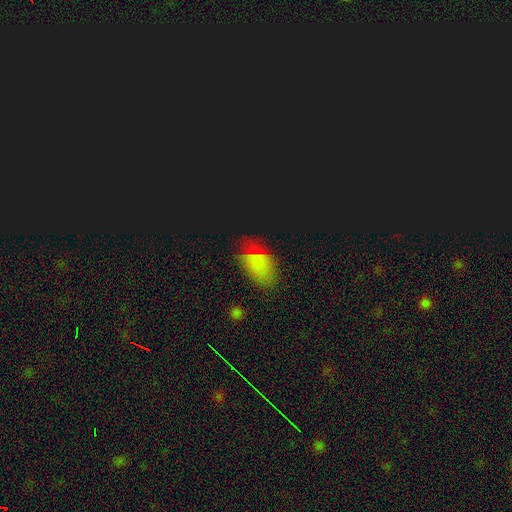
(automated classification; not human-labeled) This is possibly a smooth galaxy (58%). How rounded: clearly in between (86%). Merging: possibly none (59%).